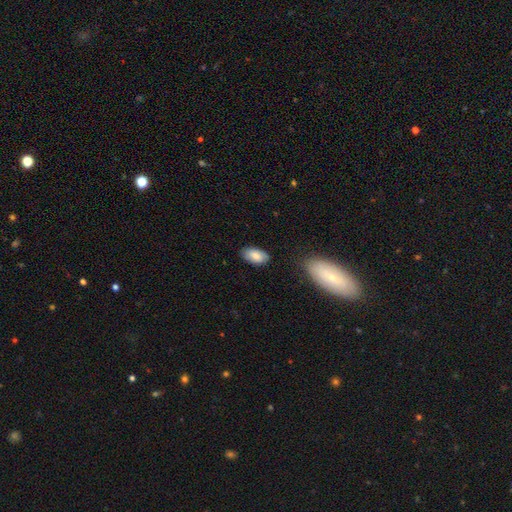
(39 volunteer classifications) Smooth or featured: smooth — 72% (featured or disk — 26%)
How rounded: in between — 100%
Merging: none — 76% (minor disturbance — 21%)